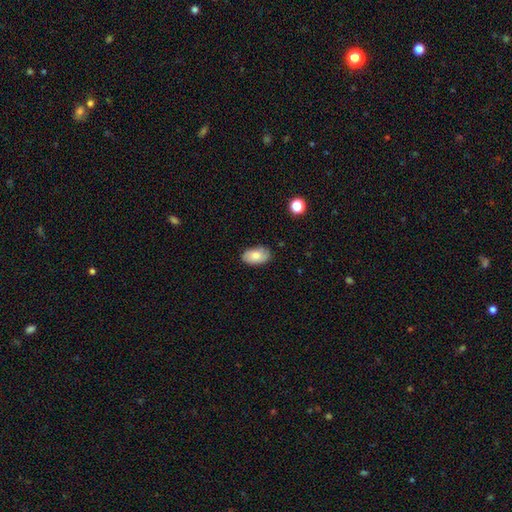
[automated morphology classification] Overall: smooth (76%). How rounded: in between (93%). Merging: none (81%).